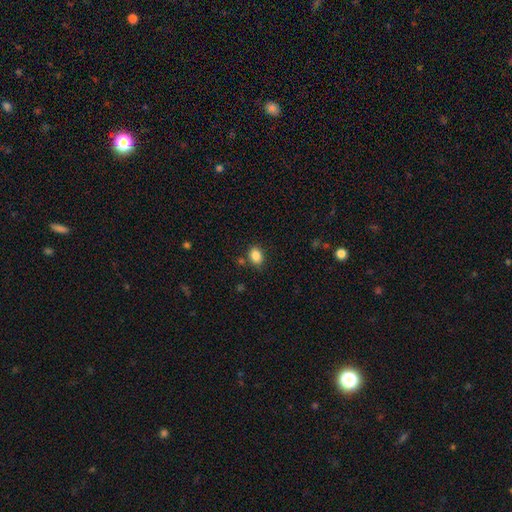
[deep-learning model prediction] smooth-or-featured: smooth: 85% | star or artifact: 9% | featured or disk: 5%
  how-rounded: in between: 67% | round: 32% | cigar-shaped: 1%
  merging: none: 78% | minor disturbance: 13% | merger: 5% | major disturbance: 3%